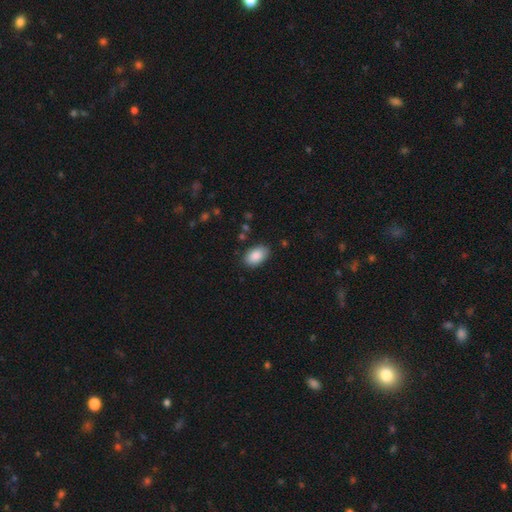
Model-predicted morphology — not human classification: Q: Smooth or featured?
A: smooth (88%); runner-up: star or artifact (7%)
Q: How rounded?
A: in between (92%); runner-up: round (7%)
Q: Merging?
A: none (85%); runner-up: minor disturbance (11%)